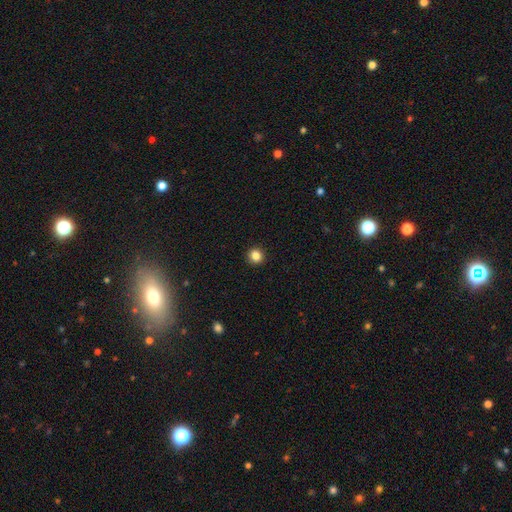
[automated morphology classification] Q: Smooth or featured?
A: smooth (84%); runner-up: star or artifact (11%)
Q: How rounded?
A: round (94%); runner-up: in between (5%)
Q: Merging?
A: none (93%); runner-up: minor disturbance (4%)